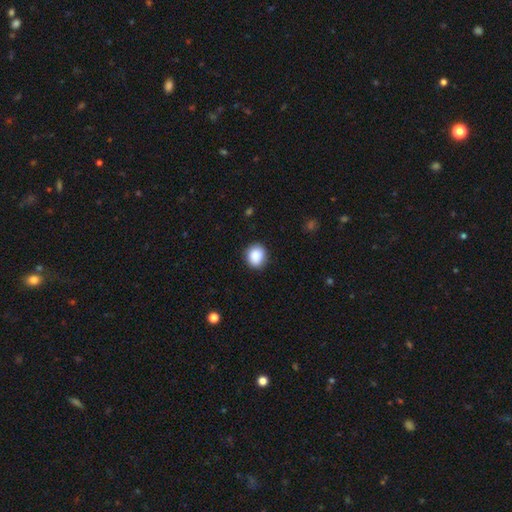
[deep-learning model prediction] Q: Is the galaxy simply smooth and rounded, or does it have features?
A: smooth — 89%.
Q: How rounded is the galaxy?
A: round — 72%.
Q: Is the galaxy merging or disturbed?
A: none — 87%.